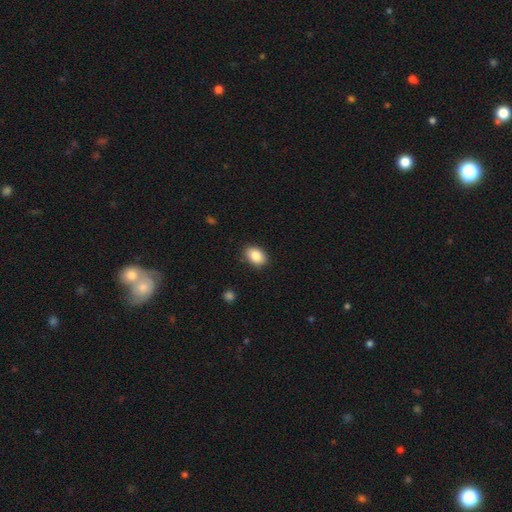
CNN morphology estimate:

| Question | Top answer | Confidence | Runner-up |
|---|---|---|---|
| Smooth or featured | smooth | 86% | star or artifact (8%) |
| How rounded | in between | 83% | round (16%) |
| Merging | none | 86% | minor disturbance (10%) |